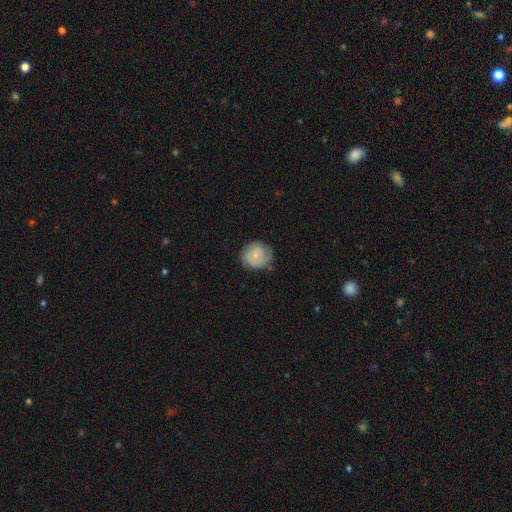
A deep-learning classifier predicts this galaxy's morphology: Smooth or featured?
  - smooth: 60% *
  - featured or disk: 33%
  - star or artifact: 7%
How rounded?
  - round: 85% *
  - in between: 14%
  - cigar-shaped: 1%
Merging?
  - none: 73% *
  - minor disturbance: 20%
  - major disturbance: 5%
  - merger: 1%